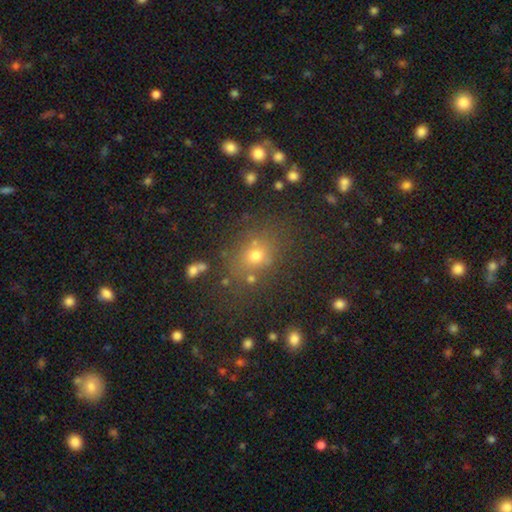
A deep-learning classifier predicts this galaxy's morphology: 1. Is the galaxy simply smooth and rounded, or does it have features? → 64% smooth, 25% star or artifact, 11% featured or disk.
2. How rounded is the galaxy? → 66% round, 33% in between, 1% cigar-shaped.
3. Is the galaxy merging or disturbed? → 75% none, 12% minor disturbance, 7% merger, 5% major disturbance.